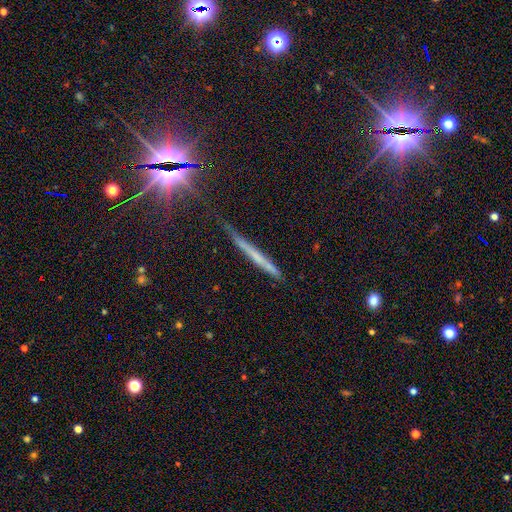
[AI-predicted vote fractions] This is marginally a featured or disk galaxy (43%). Merging: likely none (76%).